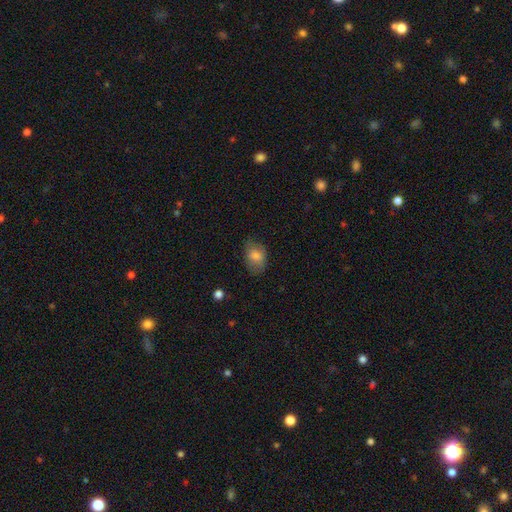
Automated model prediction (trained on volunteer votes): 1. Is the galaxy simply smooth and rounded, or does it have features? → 78% smooth, 14% featured or disk, 8% star or artifact.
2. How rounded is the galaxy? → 81% in between, 18% round, 1% cigar-shaped.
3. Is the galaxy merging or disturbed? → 70% none, 22% minor disturbance, 7% major disturbance, 1% merger.